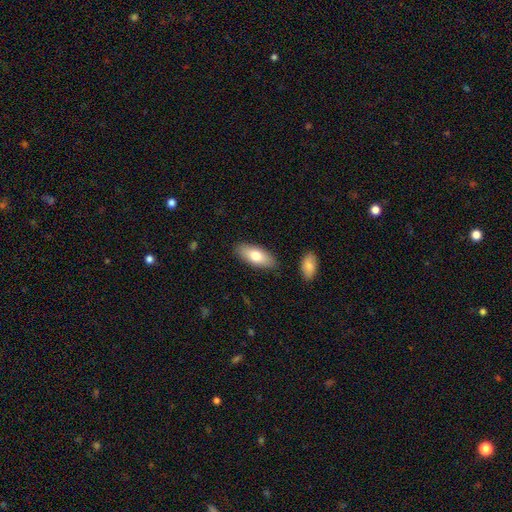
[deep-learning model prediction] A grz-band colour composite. It shows a smooth galaxy with no disk features (74%) that is in between round and cigar-shaped (82%). Merging: none (86%).